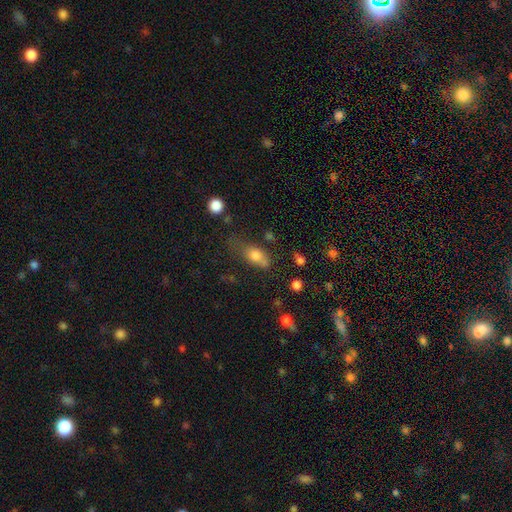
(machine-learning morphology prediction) A smooth galaxy with no disk features (76%) that is in between round and cigar-shaped (74%).

Vote fractions:
- Smooth or featured? smooth: 76% / featured or disk: 13% / star or artifact: 11%
- How rounded? in between: 74% / round: 17% / cigar-shaped: 8%
- Merging? none: 43% / minor disturbance: 30% / major disturbance: 17% / merger: 10%